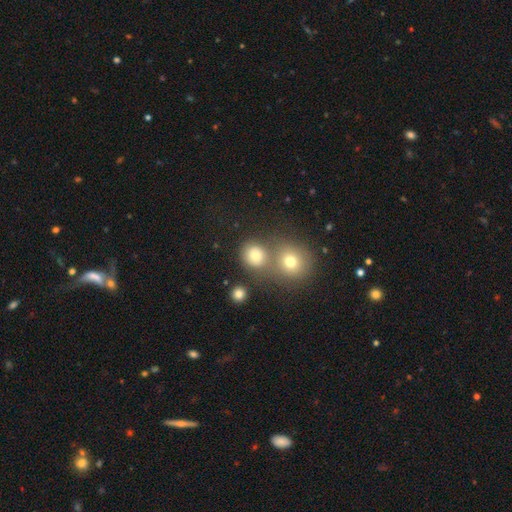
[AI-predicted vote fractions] Morphology: type=smooth (75%); roundness=round (83%); merging=none (56%).